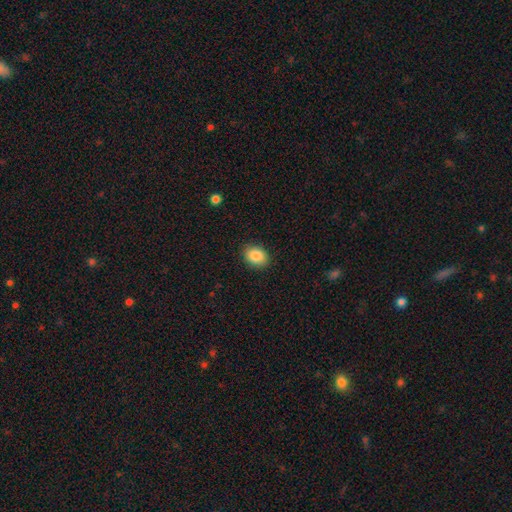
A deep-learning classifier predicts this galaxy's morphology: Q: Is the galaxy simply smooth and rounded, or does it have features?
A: smooth — 88%.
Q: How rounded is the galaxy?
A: in between — 70%.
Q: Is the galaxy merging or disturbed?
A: none — 89%.